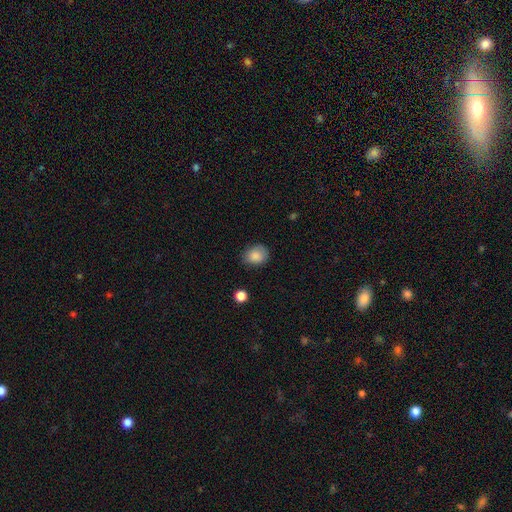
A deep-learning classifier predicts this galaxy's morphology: Smooth or featured?
  - smooth: 86% *
  - star or artifact: 9%
  - featured or disk: 6%
How rounded?
  - in between: 51% *
  - round: 48%
  - cigar-shaped: 1%
Merging?
  - none: 72% *
  - minor disturbance: 21%
  - major disturbance: 5%
  - merger: 2%